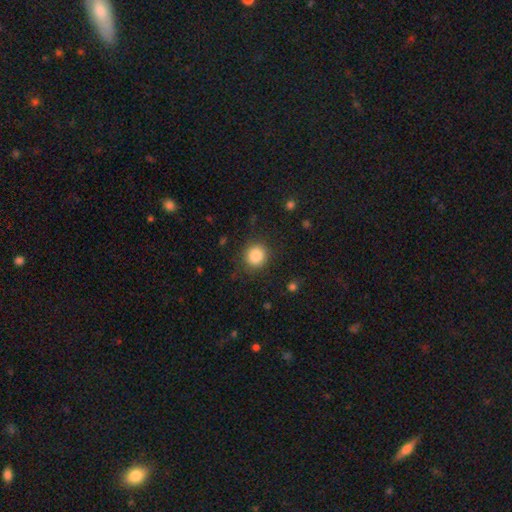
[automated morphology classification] Overall: smooth (86%). How rounded: round (86%). Merging: none (86%).